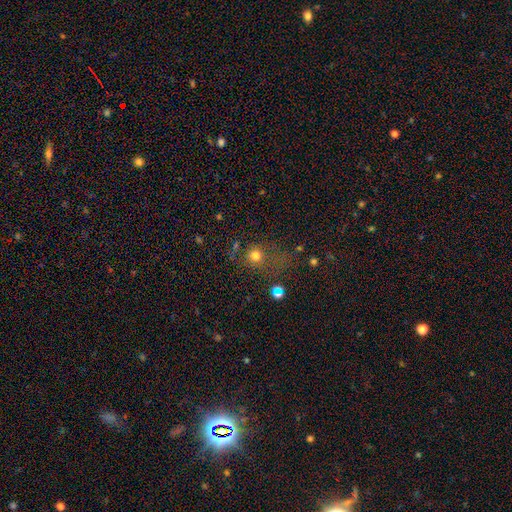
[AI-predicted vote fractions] Smooth or featured? Predicted: smooth (p=0.70). How rounded? Predicted: round (p=0.78). Merging? Predicted: none (p=0.53).